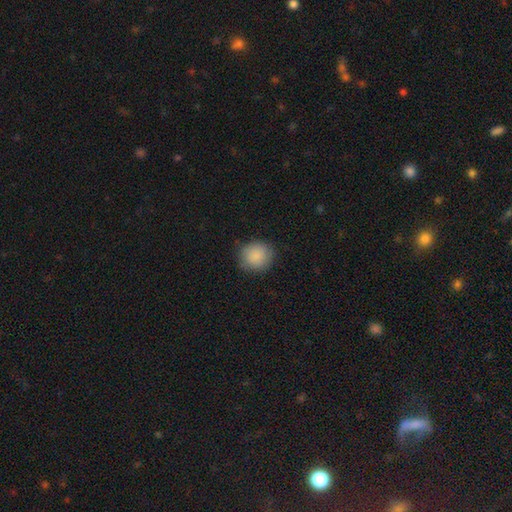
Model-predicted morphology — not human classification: A smooth galaxy with no disk features (88%) that is round (85%).

Vote fractions:
- Smooth or featured? smooth: 88% / star or artifact: 8% / featured or disk: 4%
- How rounded? round: 85% / in between: 14% / cigar-shaped: 1%
- Merging? none: 84% / minor disturbance: 12% / major disturbance: 3% / merger: 1%